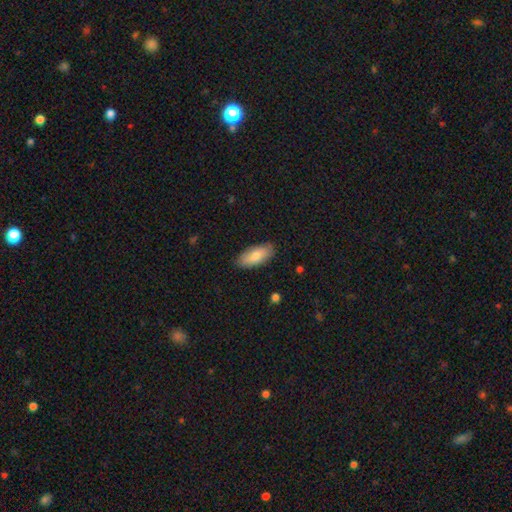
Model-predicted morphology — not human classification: Smooth or featured? smooth (77%)
How rounded? in between (85%)
Merging? none (87%)